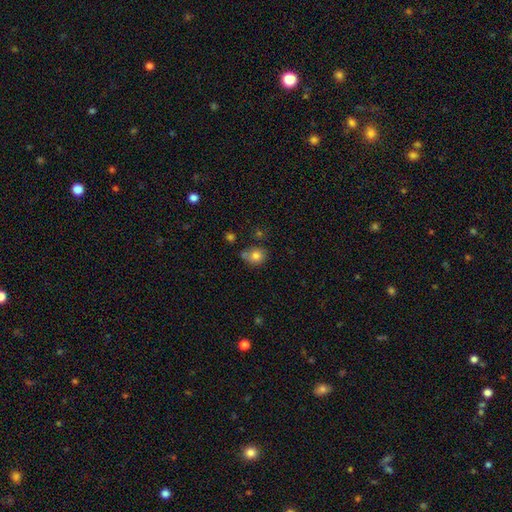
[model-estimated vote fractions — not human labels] A smooth galaxy with no disk features (79%) that is round (64%).

Vote fractions:
- Smooth or featured? smooth: 79% / star or artifact: 11% / featured or disk: 10%
- How rounded? round: 64% / in between: 35% / cigar-shaped: 1%
- Merging? none: 57% / minor disturbance: 25% / merger: 12% / major disturbance: 6%